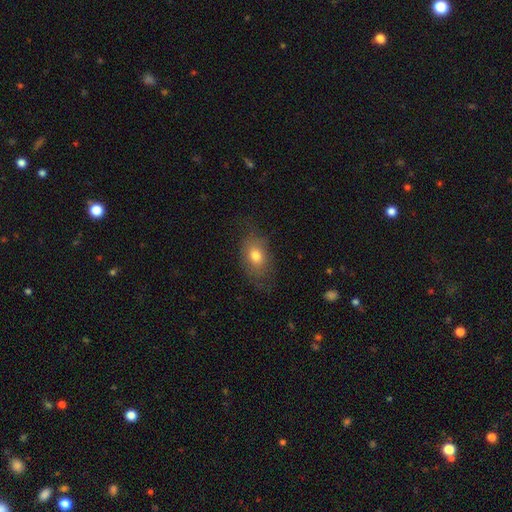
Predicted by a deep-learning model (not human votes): Morphology: type=smooth (73%); roundness=in between (77%); merging=none (64%).